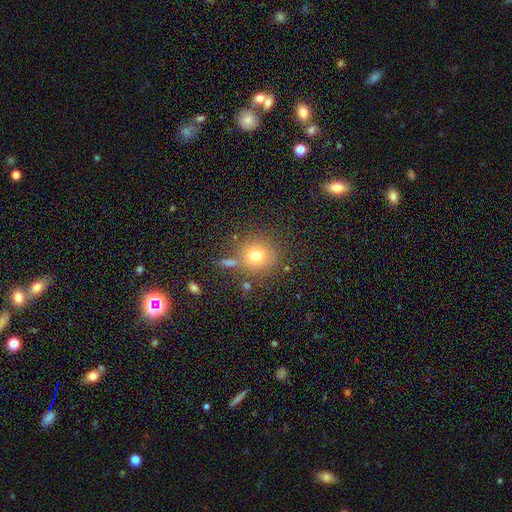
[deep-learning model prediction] smooth_or_featured: smooth (p=0.74) [alt: star or artifact p=0.15]
how_rounded: round (p=0.91) [alt: in between p=0.08]
merging: none (p=0.76) [alt: minor disturbance p=0.10]